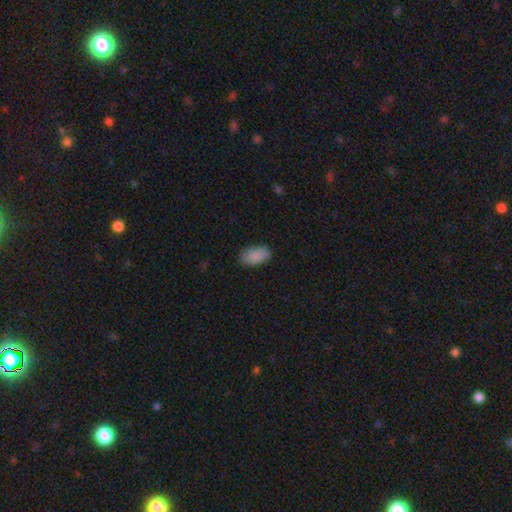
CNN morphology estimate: This appears to be a smooth galaxy with no disk features (88%) that is in between round and cigar-shaped (94%). Merging: none (81%).